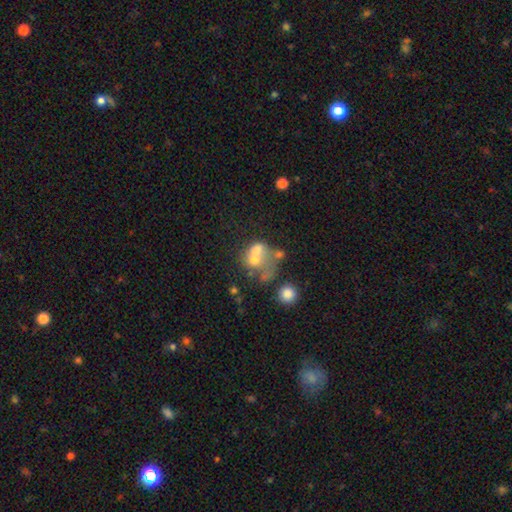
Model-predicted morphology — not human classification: Q: Smooth or featured?
A: smooth (53%); runner-up: featured or disk (33%)
Q: How rounded?
A: round (50%); runner-up: in between (49%)
Q: Merging?
A: merger (49%); runner-up: major disturbance (22%)